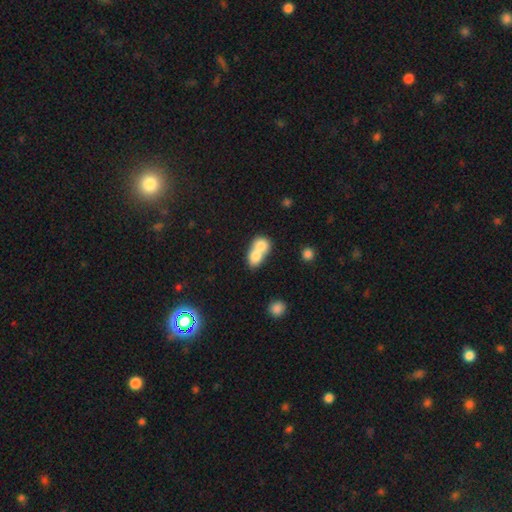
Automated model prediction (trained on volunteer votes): Overall: smooth (74%). How rounded: round (56%; in between 42%). Merging: merger (76%).